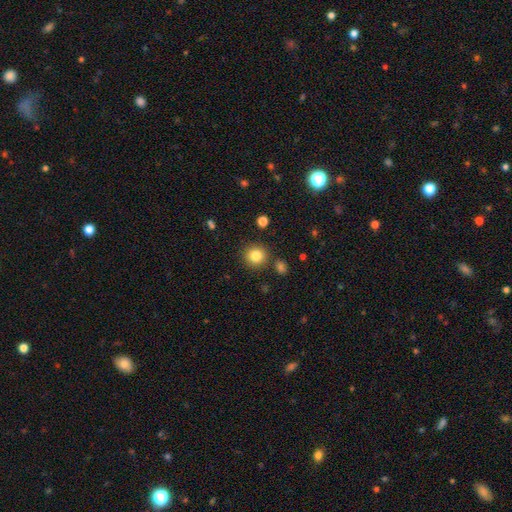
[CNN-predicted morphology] smooth-or-featured: smooth: 83% | star or artifact: 11% | featured or disk: 6%
  how-rounded: round: 92% | in between: 7% | cigar-shaped: 1%
  merging: none: 86% | minor disturbance: 7% | merger: 4% | major disturbance: 3%